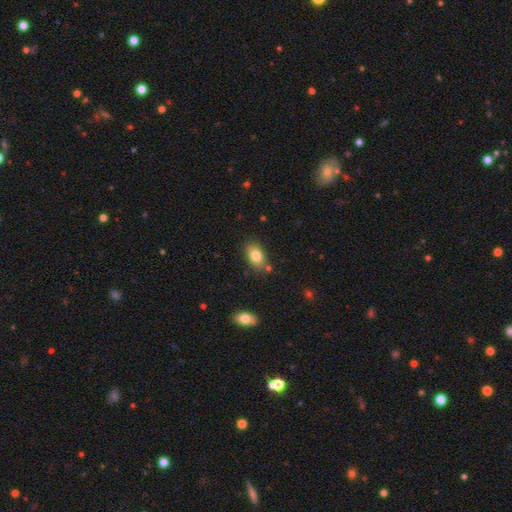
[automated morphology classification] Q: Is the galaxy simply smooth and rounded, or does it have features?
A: smooth — 82%.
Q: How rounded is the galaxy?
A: in between — 88%.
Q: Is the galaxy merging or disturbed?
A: none — 80%.